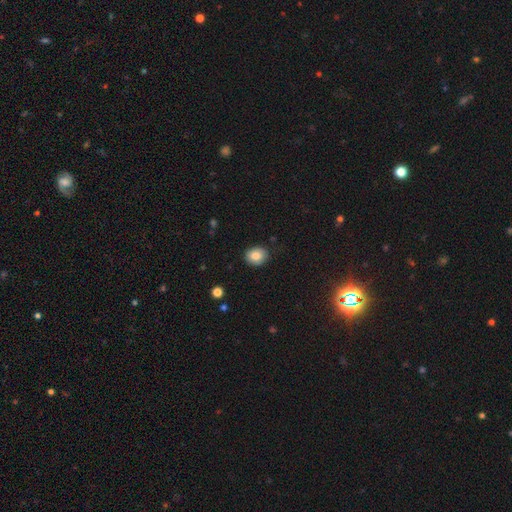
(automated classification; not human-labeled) smooth_or_featured: smooth (p=0.83) [alt: featured or disk p=0.09]
how_rounded: round (p=0.60) [alt: in between p=0.39]
merging: none (p=0.83) [alt: minor disturbance p=0.13]